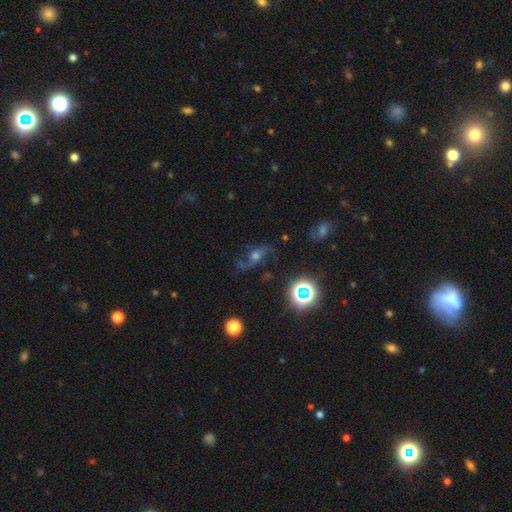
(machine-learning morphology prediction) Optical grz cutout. It shows a featured or disk galaxy (52%). Merging: none (65%).